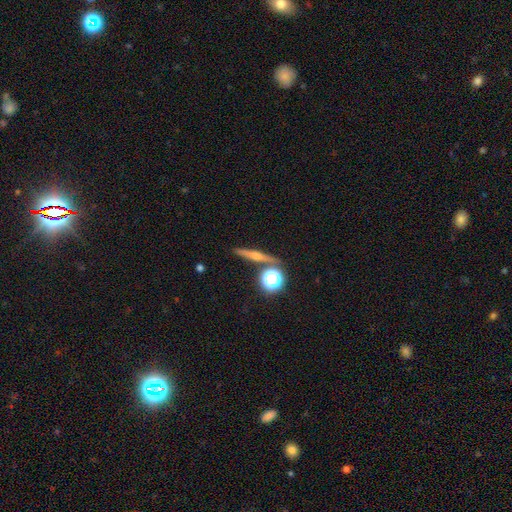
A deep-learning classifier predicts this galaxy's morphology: featured or disk 47%, smooth 38%, star or artifact 14%. Down the decision tree: merging — none (83%).